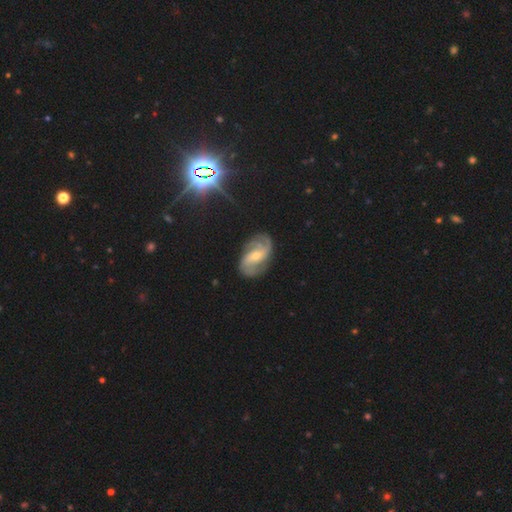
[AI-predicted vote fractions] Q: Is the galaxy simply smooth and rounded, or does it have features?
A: featured or disk — 83%.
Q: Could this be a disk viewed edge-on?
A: no — 97%.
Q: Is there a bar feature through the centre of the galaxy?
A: weak — 45%.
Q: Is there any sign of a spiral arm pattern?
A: yes — 95%.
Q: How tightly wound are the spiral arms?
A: medium — 45%.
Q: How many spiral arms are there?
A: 2 — 47%.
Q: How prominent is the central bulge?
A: small — 54%.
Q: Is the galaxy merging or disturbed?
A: none — 73%.